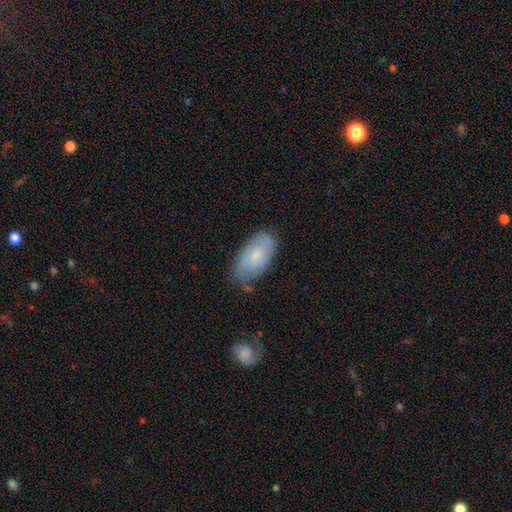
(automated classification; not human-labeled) Smooth or featured? Predicted: smooth (p=0.61). How rounded? Predicted: in between (p=0.93). Merging? Predicted: none (p=0.65).